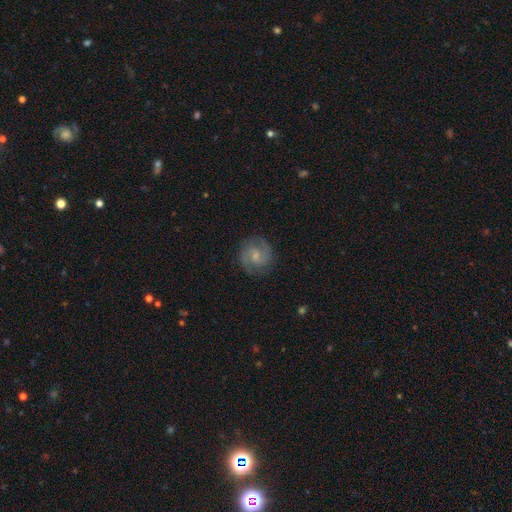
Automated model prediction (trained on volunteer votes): Overall: featured or disk (78%). Edge-on disk: no (98%). Bar: weak (48%; no 44%). Spiral arms: yes (95%). Spiral arm count: 2 (88%). Spiral winding: medium (52%; tight 34%). Bulge size: small (59%; moderate 31%). Merging: none (83%).